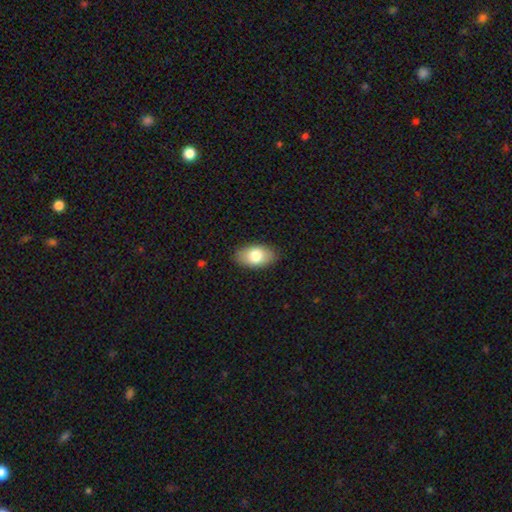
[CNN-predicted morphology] This appears to be a smooth galaxy with no disk features (78%) that is in between round and cigar-shaped (93%). Merging: none (86%).